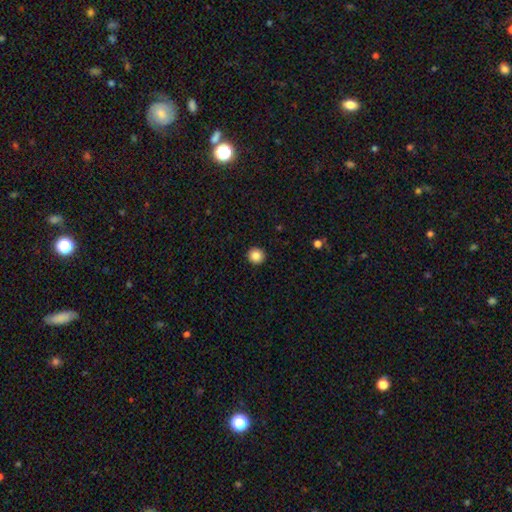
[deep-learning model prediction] smooth 86%, star or artifact 10%, featured or disk 5%. Down the decision tree: how rounded — round (93%); merging — none (93%).